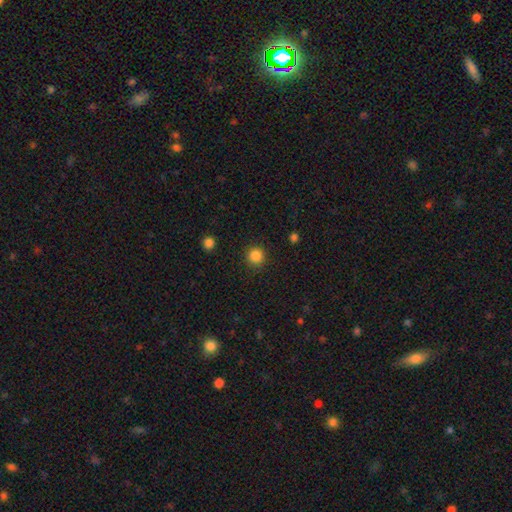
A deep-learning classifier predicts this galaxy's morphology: A smooth galaxy with no disk features (85%) that is round (95%). Merging: none (91%).